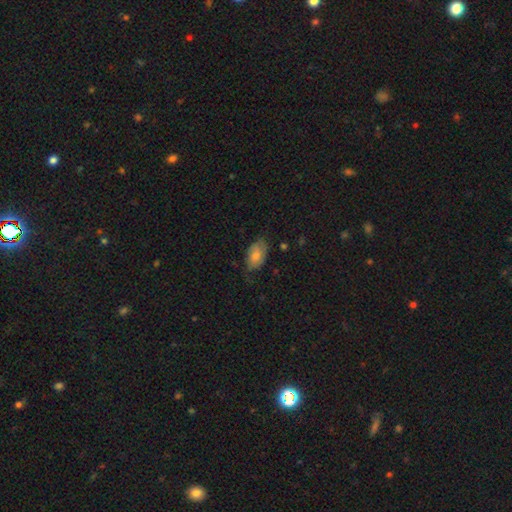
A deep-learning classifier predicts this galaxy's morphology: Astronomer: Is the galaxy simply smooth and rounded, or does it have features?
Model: smooth — 69%.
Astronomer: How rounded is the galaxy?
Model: in between — 90%.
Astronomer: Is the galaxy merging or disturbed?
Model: none — 61%.